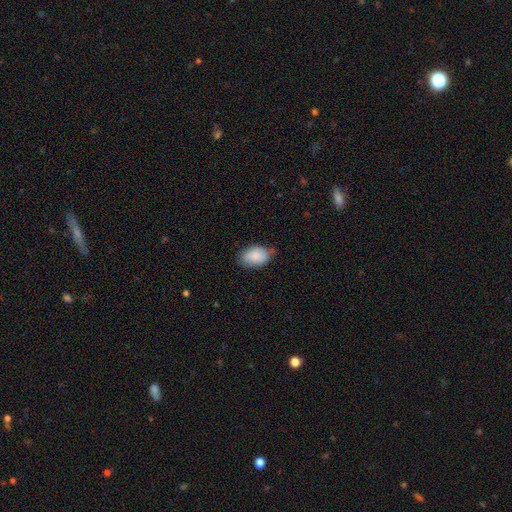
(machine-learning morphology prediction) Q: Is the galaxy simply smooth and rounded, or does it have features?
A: smooth — 85%.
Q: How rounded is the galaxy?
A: in between — 88%.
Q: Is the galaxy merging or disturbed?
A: none — 63%.